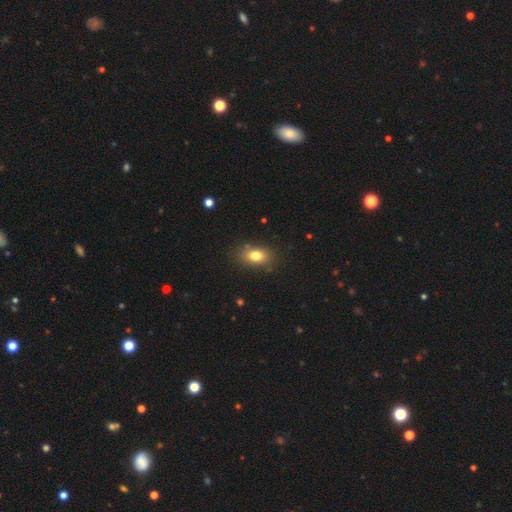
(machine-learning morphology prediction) Smooth or featured: smooth — 80% (star or artifact — 10%)
How rounded: in between — 82% (round — 16%)
Merging: none — 82% (minor disturbance — 13%)